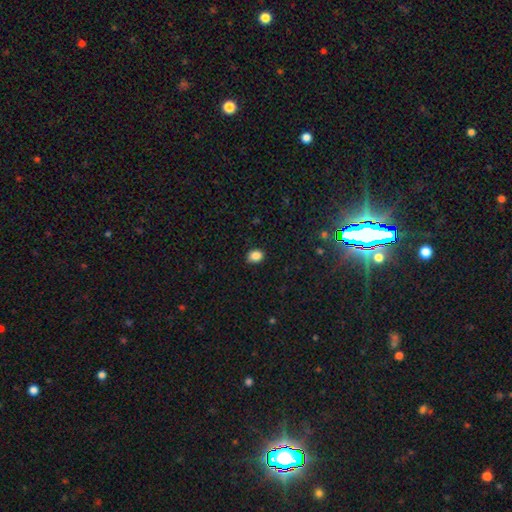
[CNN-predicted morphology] Smooth or featured? Predicted: smooth (p=0.87). How rounded? Predicted: in between (p=0.58). Merging? Predicted: none (p=0.85).